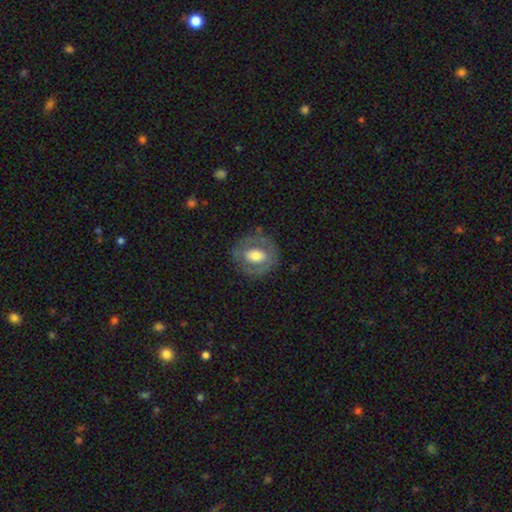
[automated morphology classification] This is possibly a featured or disk galaxy (50%). Merging: likely none (74%).